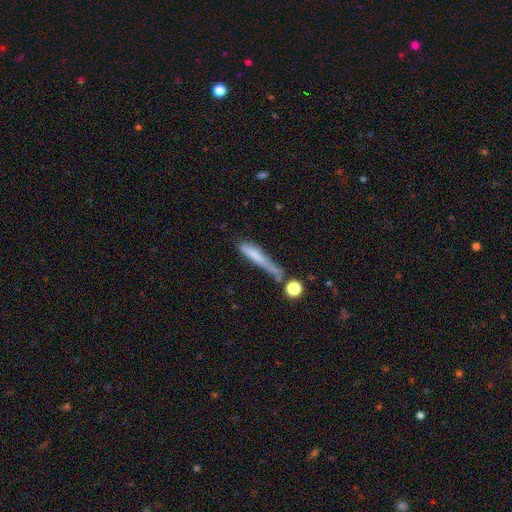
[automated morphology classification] smooth_or_featured: smooth (p=0.65) [alt: featured or disk p=0.26]
how_rounded: cigar-shaped (p=0.90) [alt: in between p=0.08]
merging: none (p=0.46) [alt: minor disturbance p=0.26]